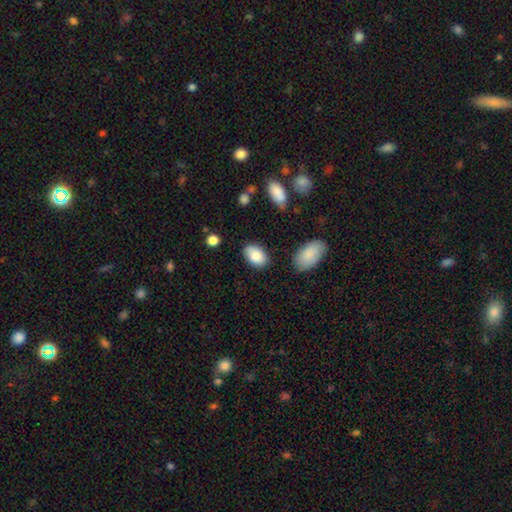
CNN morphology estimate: smooth 83%, featured or disk 10%, star or artifact 7%. Down the decision tree: how rounded — in between (90%); merging — none (79%).